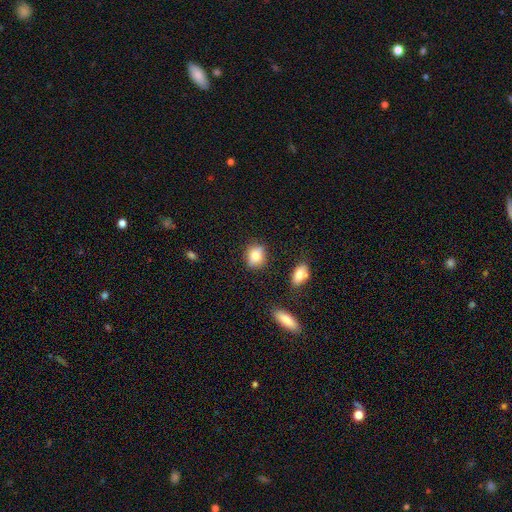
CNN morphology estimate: type=smooth (77%); roundness=round (57%); merging=none (79%).